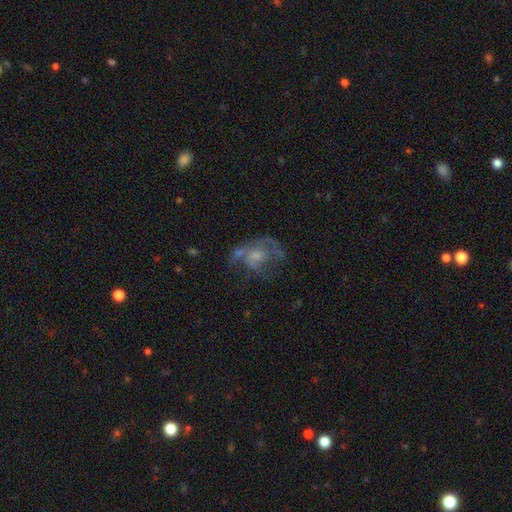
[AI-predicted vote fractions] smooth-or-featured: featured or disk: 61% | smooth: 25% | star or artifact: 14%
  disk-edge-on: no: 97% | yes: 3%
    bar: no: 79% | weak: 18% | strong: 3%
    has-spiral-arms: yes: 52% | no: 48%
    bulge-size: small: 41% | moderate: 37% | none: 15% | large: 5% | dominant: 2%
  merging: none: 38% | major disturbance: 32% | minor disturbance: 19% | merger: 10%